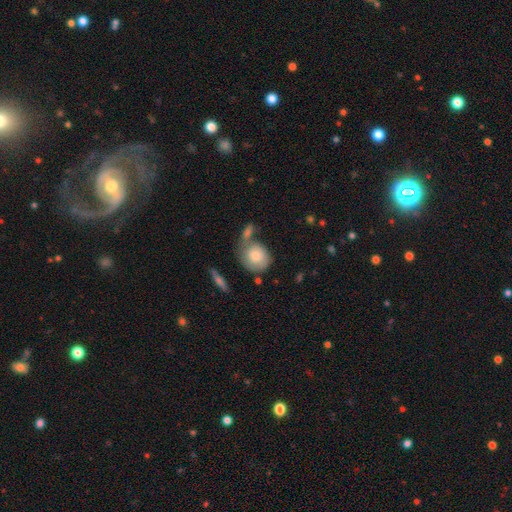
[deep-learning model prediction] smooth_or_featured: smooth (p=0.74) [alt: featured or disk p=0.20]
how_rounded: round (p=0.75) [alt: in between p=0.24]
merging: none (p=0.42) [alt: merger p=0.32]